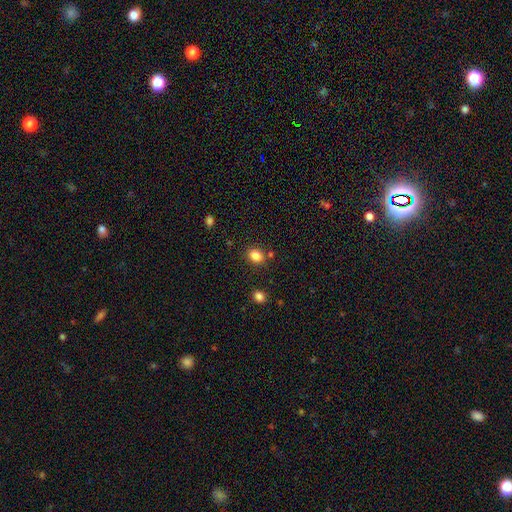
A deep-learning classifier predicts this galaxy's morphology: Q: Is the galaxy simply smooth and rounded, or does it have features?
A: smooth — 84%.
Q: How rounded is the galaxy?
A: in between — 53%.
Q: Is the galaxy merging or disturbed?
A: none — 79%.